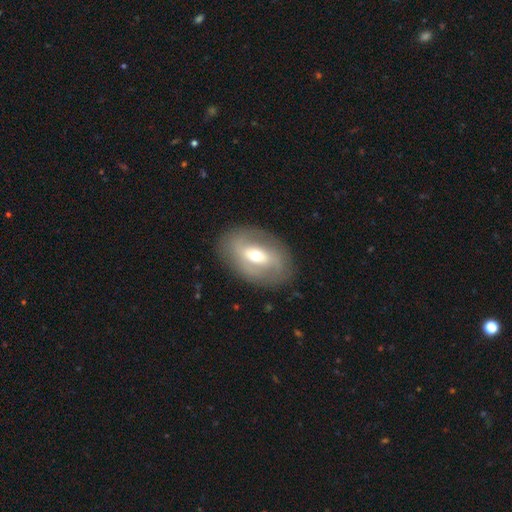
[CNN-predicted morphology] Q: Smooth or featured?
A: featured or disk (60%); runner-up: smooth (33%)
Q: Edge-on disk?
A: no (92%); runner-up: yes (8%)
Q: Bar?
A: weak (39%); runner-up: no (35%)
Q: Spiral arms?
A: yes (55%); runner-up: no (45%)
Q: Bulge size?
A: moderate (64%); runner-up: small (26%)
Q: Merging?
A: none (81%); runner-up: minor disturbance (12%)